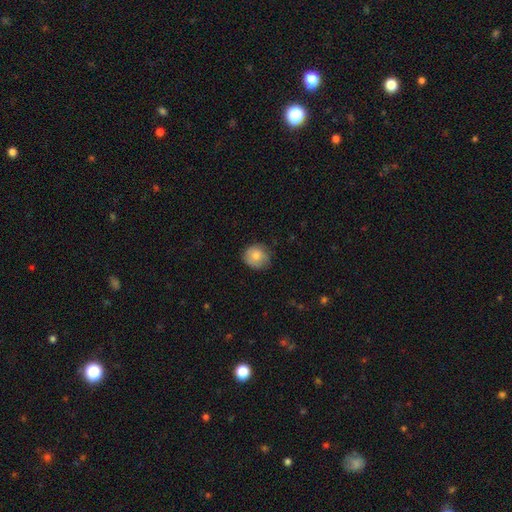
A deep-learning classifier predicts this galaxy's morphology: Smooth or featured? Predicted: smooth (p=0.80). How rounded? Predicted: round (p=0.85). Merging? Predicted: none (p=0.74).